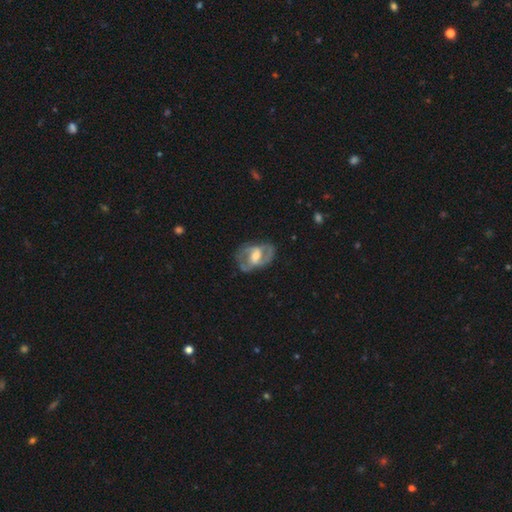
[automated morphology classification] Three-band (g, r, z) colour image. It shows a featured or disk galaxy (76%) with a weak bar (47%), 2 (75%) medium (50%) spiral arms (80%) and a moderate central bulge (54%). Merging: none (65%).